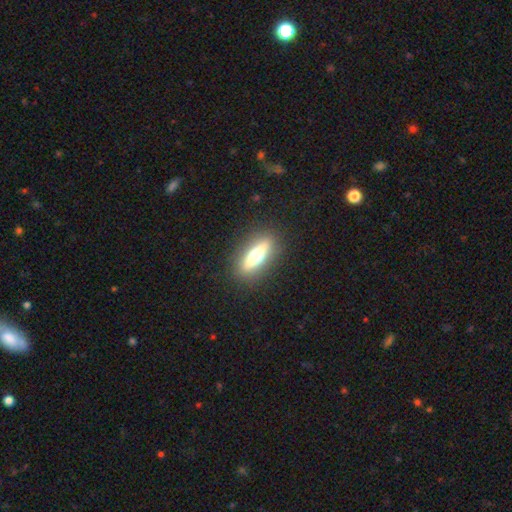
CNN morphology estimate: Smooth or featured?
  - featured or disk: 50% *
  - smooth: 42%
  - star or artifact: 8%
Edge-on disk?
  - yes: 81% *
  - no: 19%
Merging?
  - none: 88% *
  - minor disturbance: 8%
  - major disturbance: 3%
  - merger: 1%